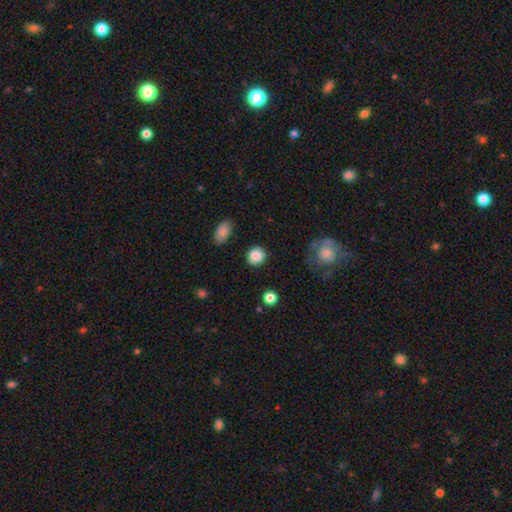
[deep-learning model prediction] A smooth galaxy with no disk features (86%) that is round (81%). Merging: none (87%).